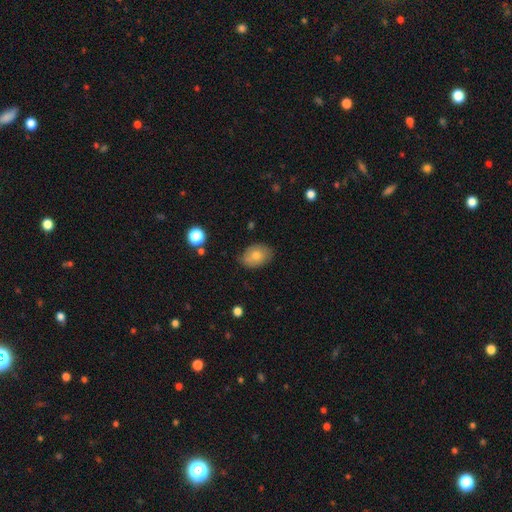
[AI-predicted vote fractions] The model was most divided on "merging": none: 76%, minor disturbance: 19%, major disturbance: 4%, merger: 2%. More confident: how rounded — in between (78%); smooth or featured — smooth (74%).